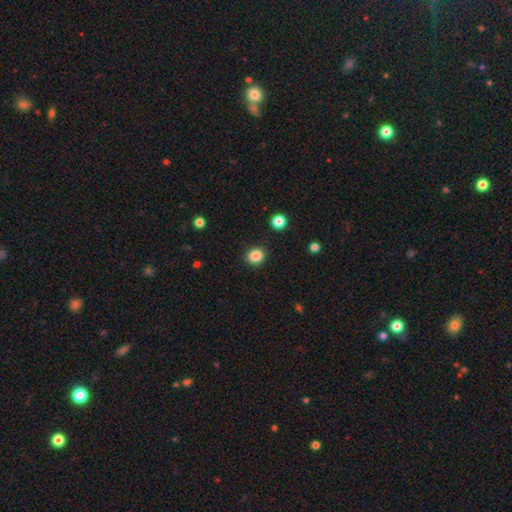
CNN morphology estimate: Smooth or featured? smooth (86%)
How rounded? round (75%)
Merging? none (88%)